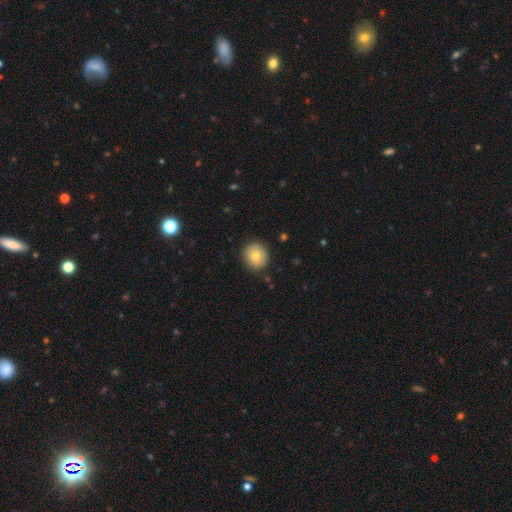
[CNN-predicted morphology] A smooth galaxy with no disk features (78%) that is round (90%). Merging: none (88%).